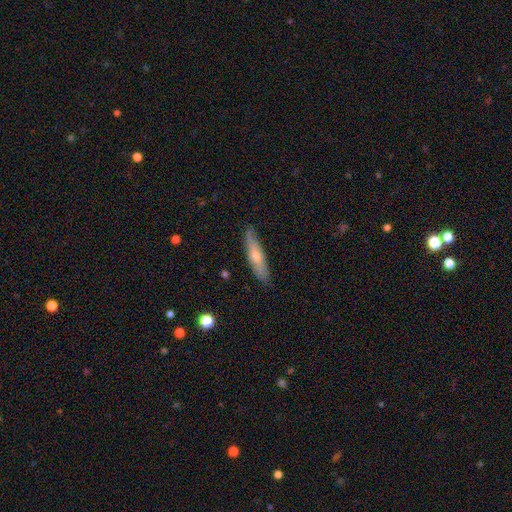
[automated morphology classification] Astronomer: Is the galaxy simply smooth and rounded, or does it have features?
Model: smooth — 48% (runner-up: featured or disk, 45%).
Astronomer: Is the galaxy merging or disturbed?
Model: none — 82%.